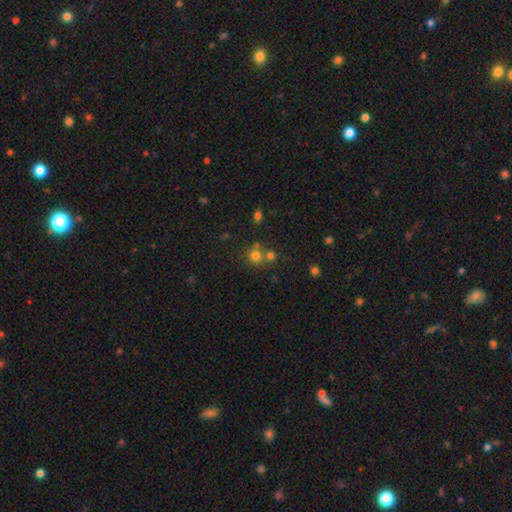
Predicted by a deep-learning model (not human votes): This appears to be a smooth galaxy with no disk features (73%) that is round (88%). Merging: none (60%).